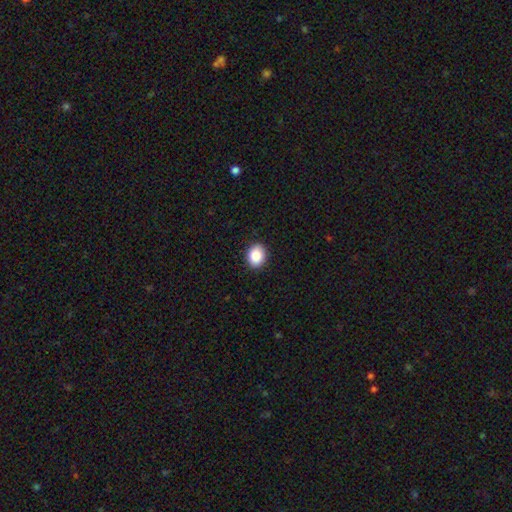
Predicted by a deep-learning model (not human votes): A smooth galaxy with no disk features (87%) that is in between round and cigar-shaped (51%). Merging: none (91%).